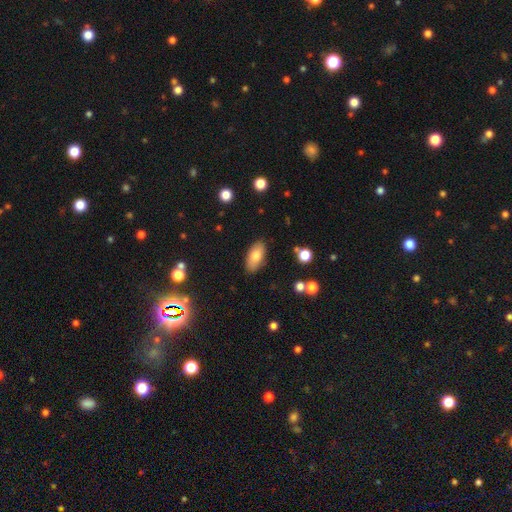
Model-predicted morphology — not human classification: Smooth or featured?
  - smooth: 76% *
  - featured or disk: 17%
  - star or artifact: 7%
How rounded?
  - in between: 91% *
  - cigar-shaped: 6%
  - round: 3%
Merging?
  - none: 86% *
  - minor disturbance: 10%
  - major disturbance: 2%
  - merger: 2%